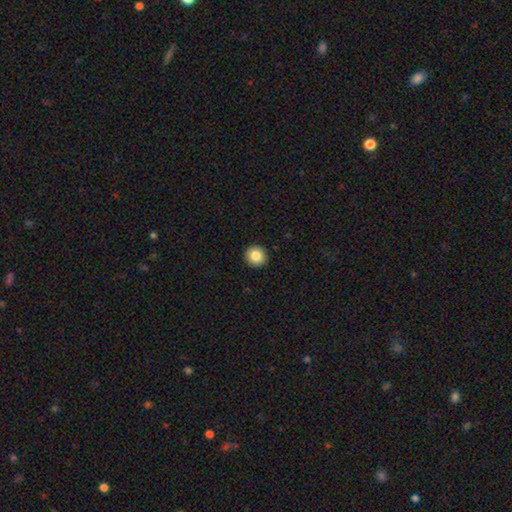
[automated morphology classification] The model was most divided on "smooth or featured": smooth: 85%, star or artifact: 9%, featured or disk: 6%. More confident: merging — none (93%); how rounded — round (92%).